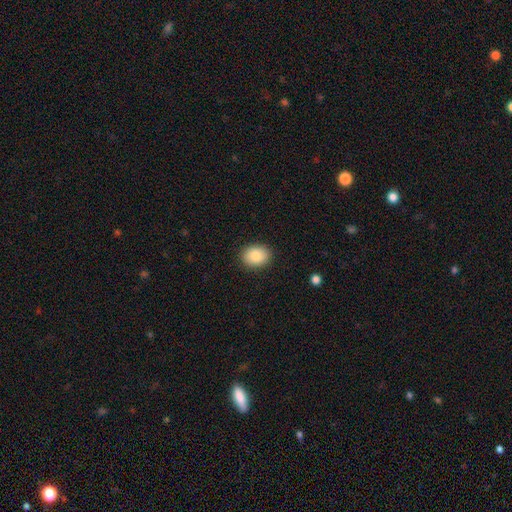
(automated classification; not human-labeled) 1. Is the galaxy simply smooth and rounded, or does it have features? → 85% smooth, 8% featured or disk, 8% star or artifact.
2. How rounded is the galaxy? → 63% in between, 36% round, 1% cigar-shaped.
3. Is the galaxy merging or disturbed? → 89% none, 8% minor disturbance, 2% major disturbance, 1% merger.